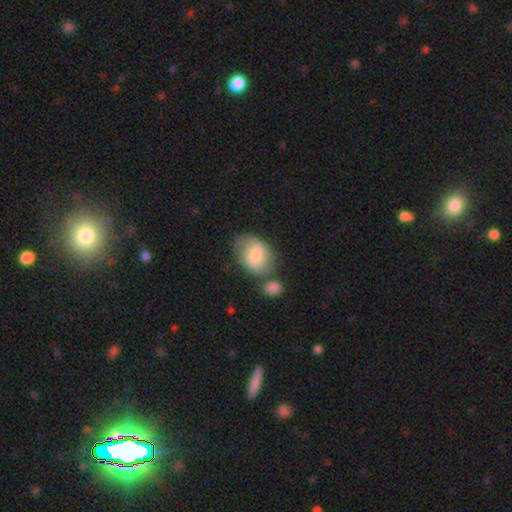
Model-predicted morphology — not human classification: smooth_or_featured: smooth (p=0.65) [alt: featured or disk p=0.28]
how_rounded: in between (p=0.74) [alt: round p=0.25]
merging: none (p=0.47) [alt: minor disturbance p=0.23]